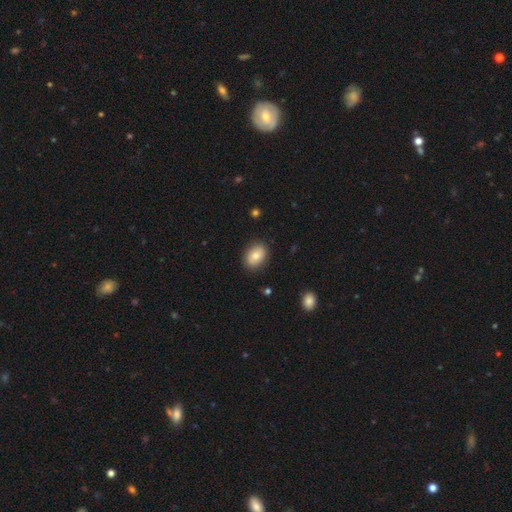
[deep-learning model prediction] smooth_or_featured: smooth (p=0.80) [alt: featured or disk p=0.13]
how_rounded: in between (p=0.76) [alt: round p=0.23]
merging: none (p=0.86) [alt: minor disturbance p=0.10]